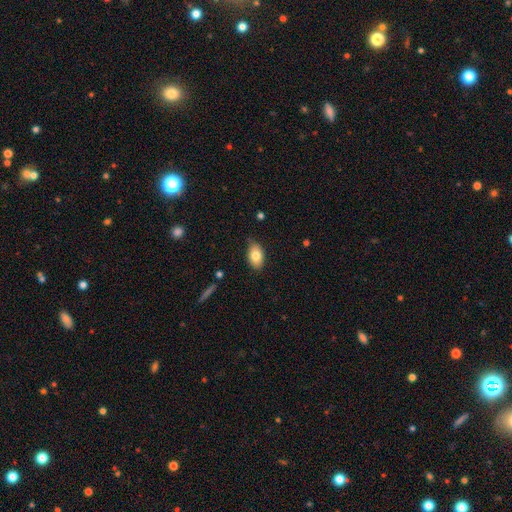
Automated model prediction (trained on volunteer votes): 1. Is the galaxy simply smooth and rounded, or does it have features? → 80% smooth, 13% featured or disk, 8% star or artifact.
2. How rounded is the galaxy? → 91% in between, 8% round, 2% cigar-shaped.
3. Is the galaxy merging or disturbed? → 77% none, 19% minor disturbance, 3% major disturbance, 1% merger.